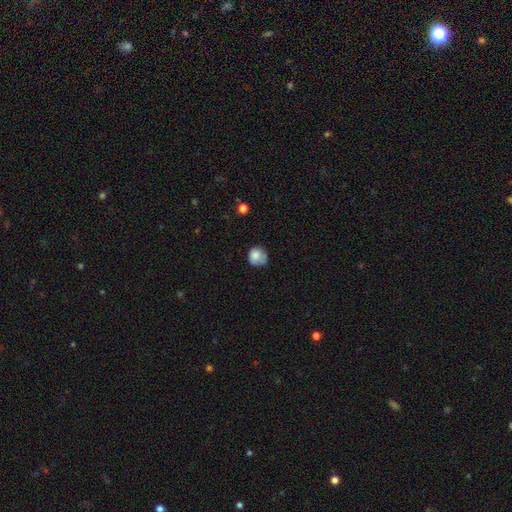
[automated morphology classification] This is likely a smooth galaxy (79%). How rounded: clearly round (80%). Merging: possibly none (52%).